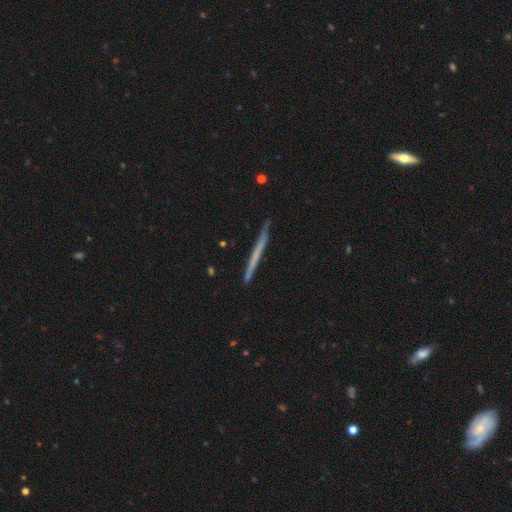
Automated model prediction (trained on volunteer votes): A featured or disk galaxy (49%).

Vote fractions:
- Smooth or featured? featured or disk: 49% / smooth: 46% / star or artifact: 6%
- Merging? none: 89% / minor disturbance: 8% / major disturbance: 1% / merger: 1%